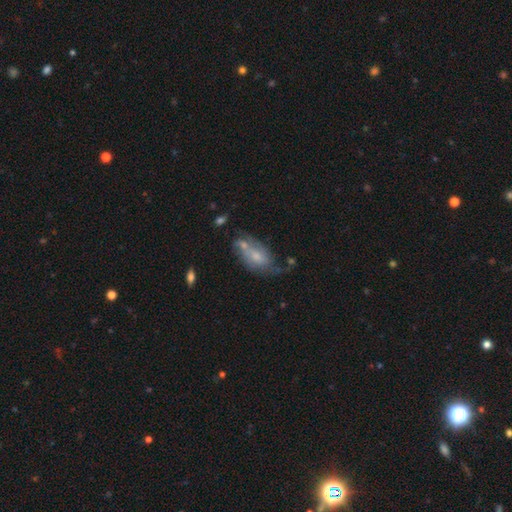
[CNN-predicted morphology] type=featured or disk (52%); edge-on=no (91%); merging=none (37%).